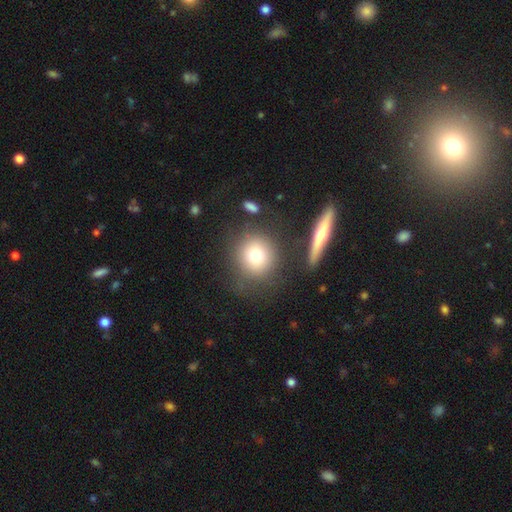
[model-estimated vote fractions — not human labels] smooth 75%, featured or disk 14%, star or artifact 11%. Down the decision tree: how rounded — round (87%); merging — none (76%).